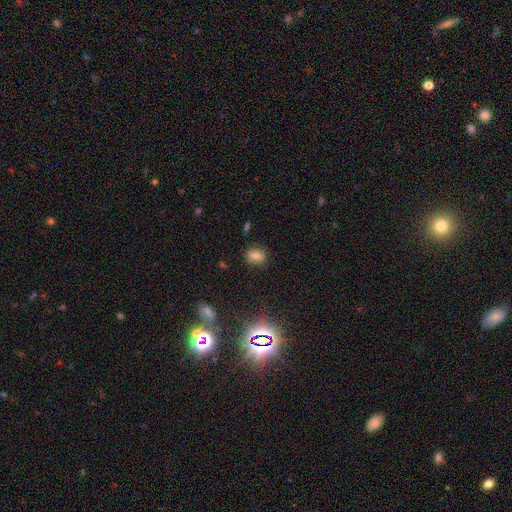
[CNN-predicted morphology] Smooth or featured: smooth — 70% (star or artifact — 17%)
How rounded: in between — 53% (round — 45%)
Merging: none — 82% (minor disturbance — 13%)